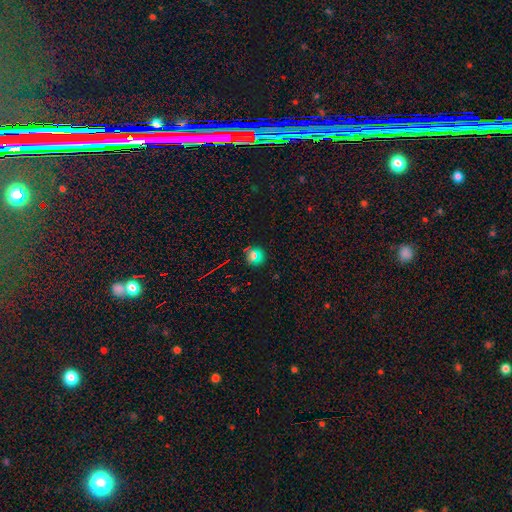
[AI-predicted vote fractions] A smooth galaxy with no disk features (60%) that is round (89%). Merging: none (86%).